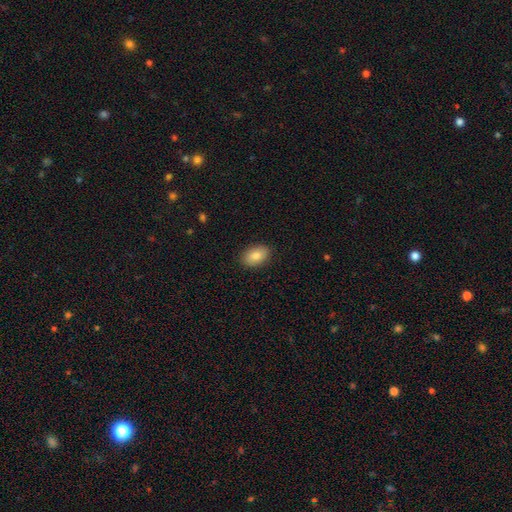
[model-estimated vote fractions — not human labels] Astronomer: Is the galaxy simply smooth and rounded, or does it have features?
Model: smooth — 84%.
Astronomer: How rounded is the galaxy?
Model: in between — 88%.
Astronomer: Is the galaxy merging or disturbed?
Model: none — 88%.